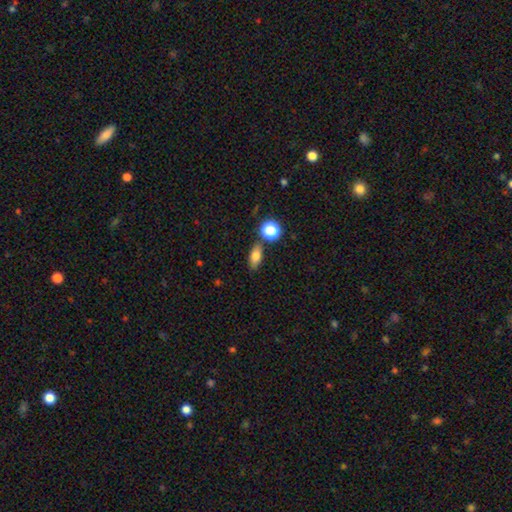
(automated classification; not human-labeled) Smooth or featured?
  - smooth: 75% *
  - featured or disk: 13%
  - star or artifact: 12%
How rounded?
  - in between: 72% *
  - round: 14%
  - cigar-shaped: 14%
Merging?
  - none: 78% *
  - minor disturbance: 11%
  - merger: 8%
  - major disturbance: 3%